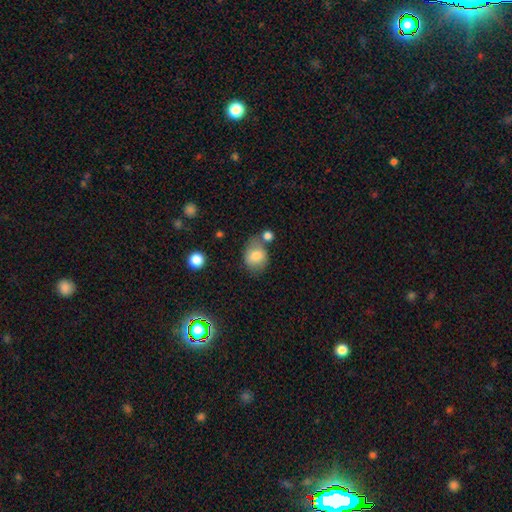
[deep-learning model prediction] Overall: smooth (80%). How rounded: in between (49%, tied with round). Merging: none (54%; minor disturbance 20%).